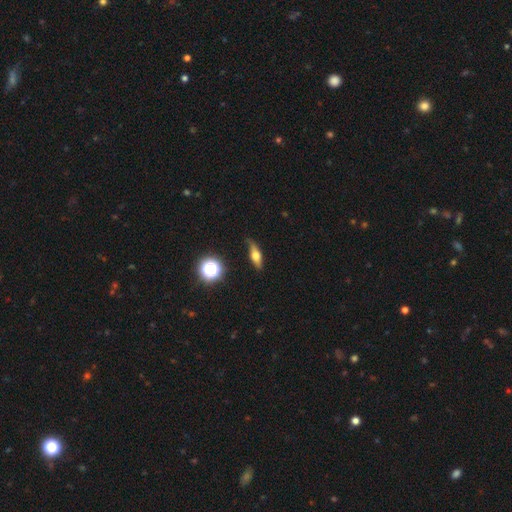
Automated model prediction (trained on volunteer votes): A smooth galaxy with no disk features (48%).

Vote fractions:
- Smooth or featured? smooth: 48% / featured or disk: 42% / star or artifact: 10%
- Merging? none: 72% / minor disturbance: 21% / major disturbance: 5% / merger: 2%